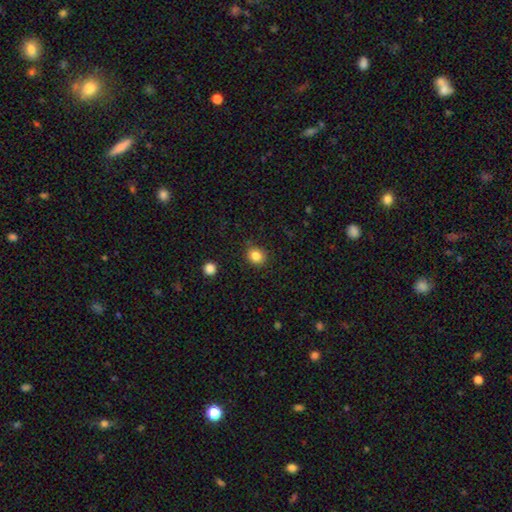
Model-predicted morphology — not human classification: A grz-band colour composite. It shows a smooth galaxy with no disk features (84%) that is round (78%). Merging: none (85%).